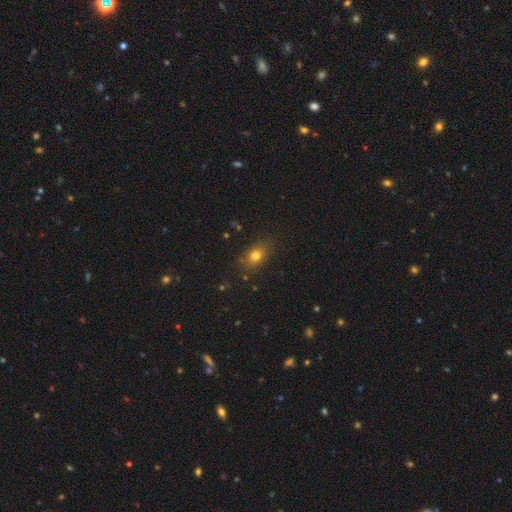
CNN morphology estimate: Smooth or featured? Predicted: smooth (p=0.77). How rounded? Predicted: in between (p=0.69). Merging? Predicted: none (p=0.79).